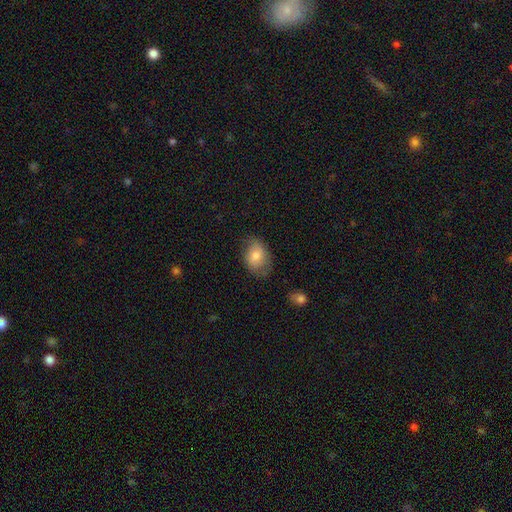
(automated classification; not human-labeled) smooth 77%, featured or disk 16%, star or artifact 7%. Down the decision tree: how rounded — in between (78%); merging — none (68%).